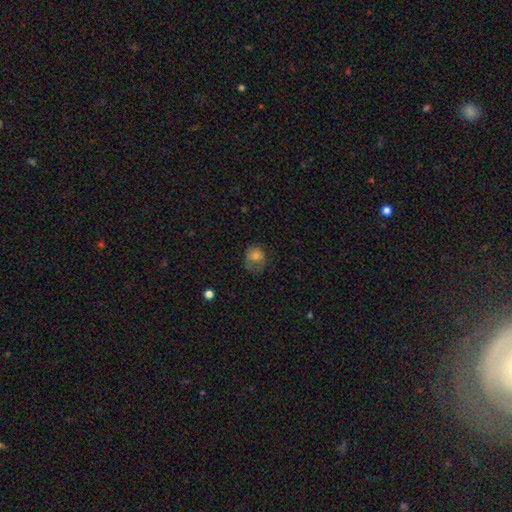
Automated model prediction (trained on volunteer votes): smooth 73%, featured or disk 16%, star or artifact 11%. Down the decision tree: how rounded — round (62%); merging — none (44%).